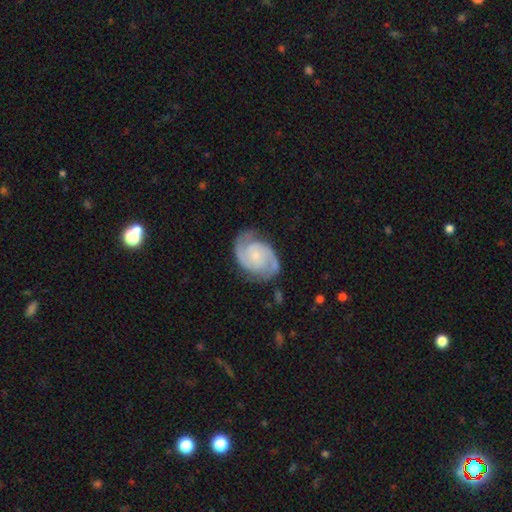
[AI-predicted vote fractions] smooth_or_featured: featured or disk (p=0.89) [alt: smooth p=0.06]
disk_edge_on: no (p=0.98) [alt: yes p=0.02]
bar: no (p=0.62) [alt: weak p=0.31]
has_spiral_arms: yes (p=0.98) [alt: no p=0.02]
spiral_winding: medium (p=0.48) [alt: tight p=0.42]
spiral_arm_count: 2 (p=0.92) [alt: can't tell p=0.03]
bulge_size: small (p=0.62) [alt: moderate p=0.22]
merging: none (p=0.79) [alt: minor disturbance p=0.15]